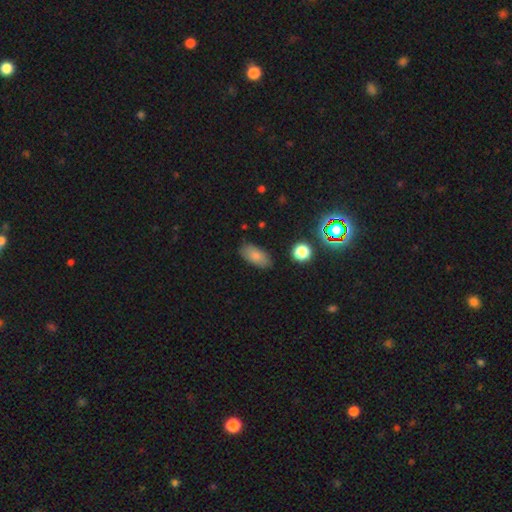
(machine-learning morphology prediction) A smooth galaxy with no disk features (81%) that is in between round and cigar-shaped (91%). Merging: none (82%).